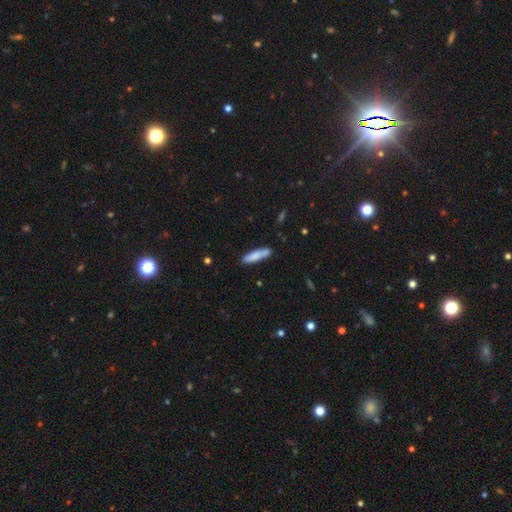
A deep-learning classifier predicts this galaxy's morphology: type=smooth (76%); roundness=cigar-shaped (73%); merging=none (75%).